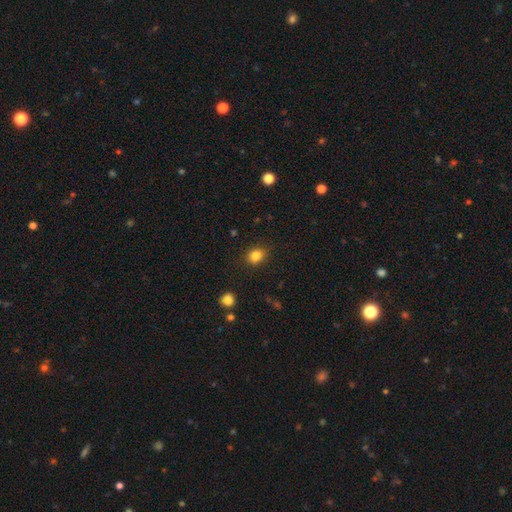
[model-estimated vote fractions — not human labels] Smooth or featured? smooth (84%)
How rounded? round (60%)
Merging? none (85%)